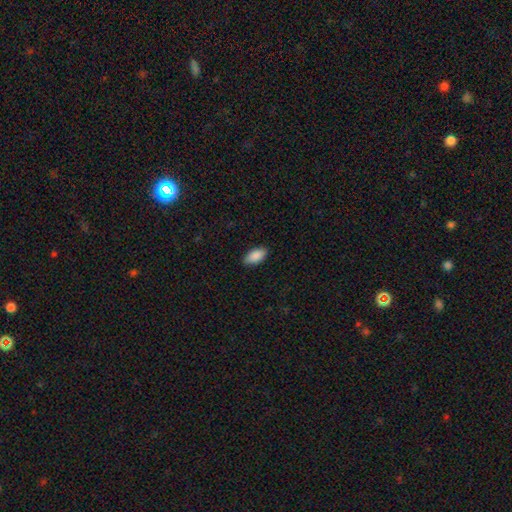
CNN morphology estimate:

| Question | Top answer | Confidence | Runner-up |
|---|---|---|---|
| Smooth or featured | smooth | 89% | star or artifact (6%) |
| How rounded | in between | 92% | cigar-shaped (6%) |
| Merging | none | 85% | minor disturbance (12%) |